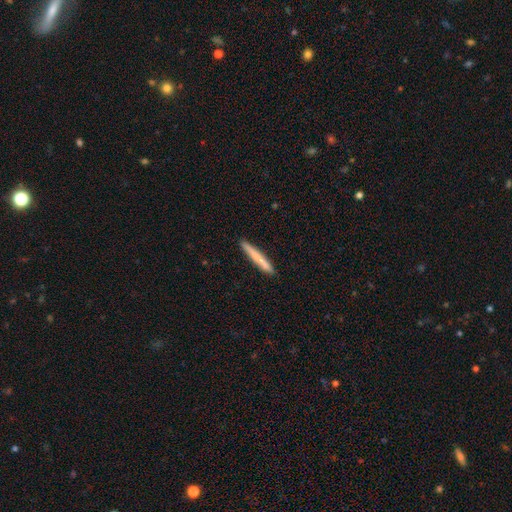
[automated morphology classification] A smooth galaxy with no disk features (73%) that is cigar-shaped (97%). Merging: none (92%).